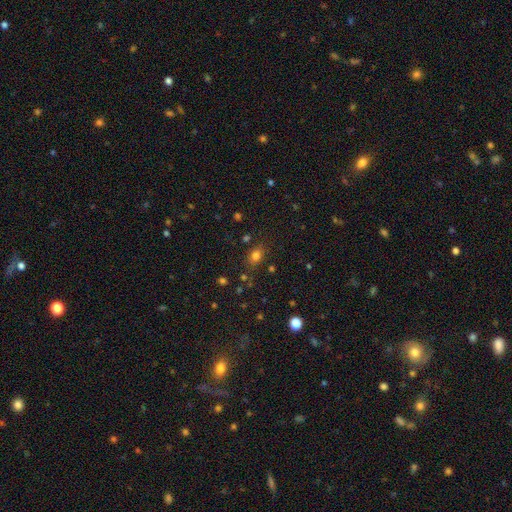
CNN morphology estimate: A smooth galaxy with no disk features (76%) that is in between round and cigar-shaped (64%).

Vote fractions:
- Smooth or featured? smooth: 76% / star or artifact: 17% / featured or disk: 7%
- How rounded? in between: 64% / round: 34% / cigar-shaped: 2%
- Merging? none: 80% / minor disturbance: 13% / major disturbance: 4% / merger: 3%